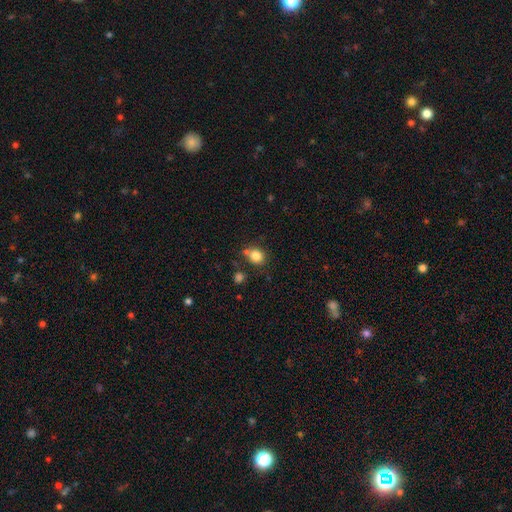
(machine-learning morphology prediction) smooth 83%, star or artifact 11%, featured or disk 6%. Down the decision tree: how rounded — round (74%); merging — none (70%).